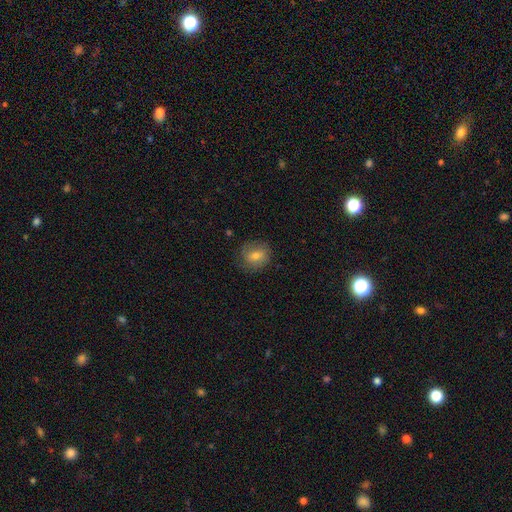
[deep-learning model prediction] This is likely a smooth galaxy (69%). How rounded: likely round (73%). Merging: likely none (75%).